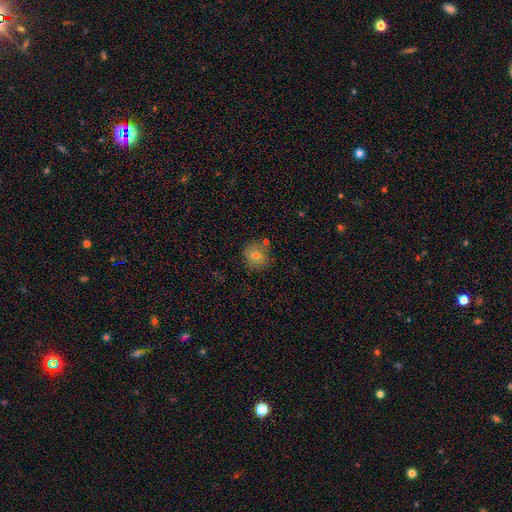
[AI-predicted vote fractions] Q: Smooth or featured?
A: smooth (77%); runner-up: featured or disk (12%)
Q: How rounded?
A: round (82%); runner-up: in between (17%)
Q: Merging?
A: none (78%); runner-up: minor disturbance (12%)